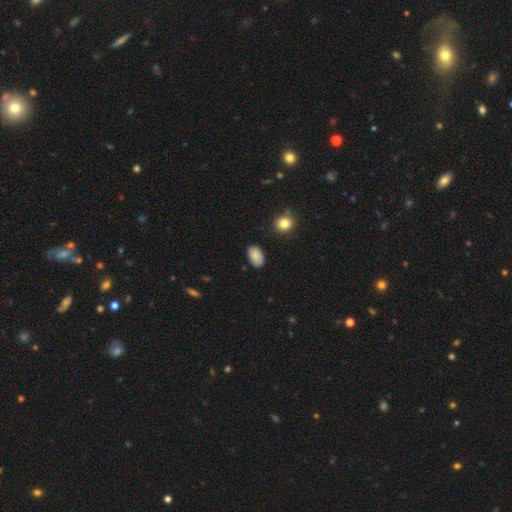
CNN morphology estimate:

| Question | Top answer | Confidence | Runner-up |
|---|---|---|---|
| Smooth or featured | smooth | 86% | star or artifact (8%) |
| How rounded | in between | 91% | round (8%) |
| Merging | none | 86% | minor disturbance (11%) |